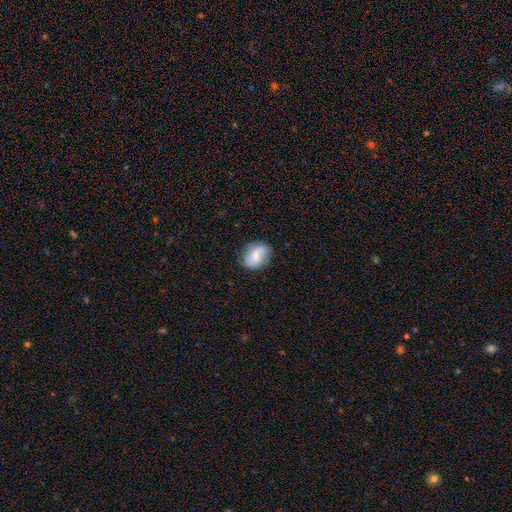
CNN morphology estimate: Q: Smooth or featured?
A: smooth (49%); runner-up: featured or disk (43%)
Q: Merging?
A: none (72%); runner-up: minor disturbance (20%)